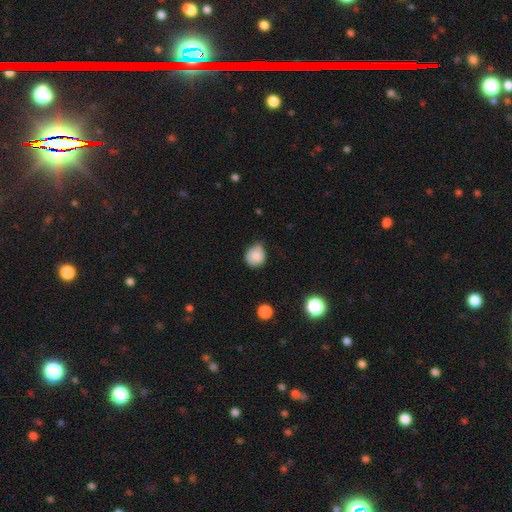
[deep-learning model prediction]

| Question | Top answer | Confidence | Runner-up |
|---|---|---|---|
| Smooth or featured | smooth | 84% | star or artifact (9%) |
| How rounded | round | 77% | in between (22%) |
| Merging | none | 51% | minor disturbance (40%) |